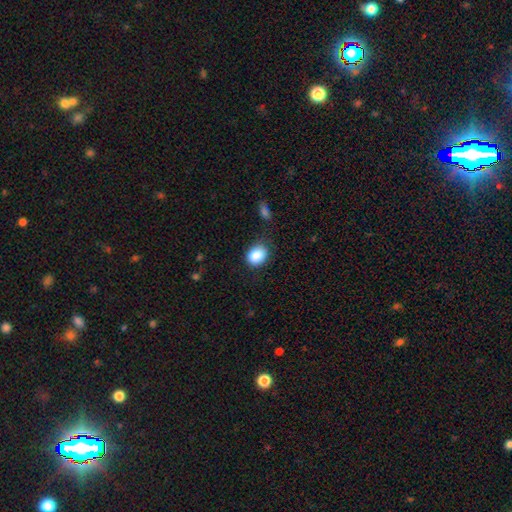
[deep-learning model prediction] smooth 87%, star or artifact 8%, featured or disk 5%. Down the decision tree: how rounded — in between (50%); merging — none (73%).